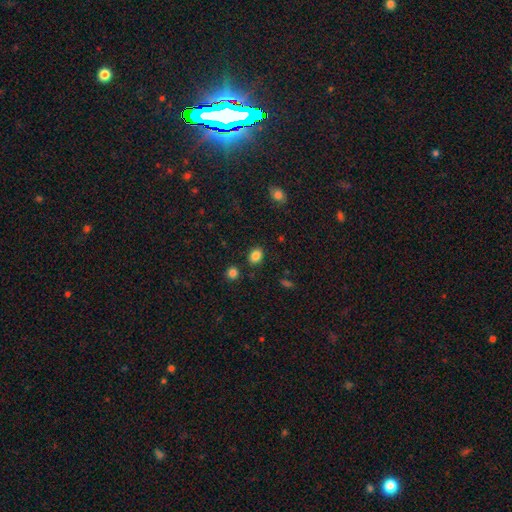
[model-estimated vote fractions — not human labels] A smooth galaxy with no disk features (85%) that is in between round and cigar-shaped (56%). Merging: none (84%).